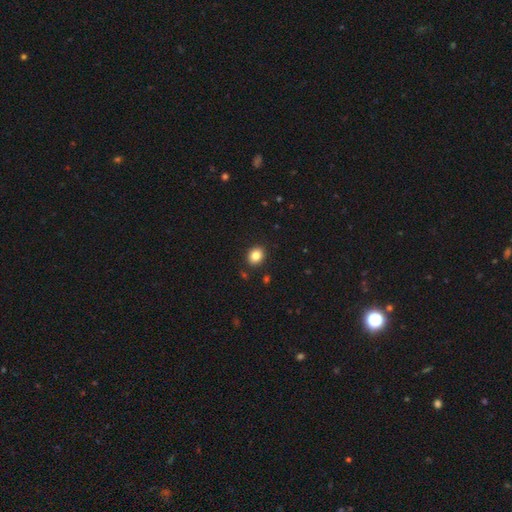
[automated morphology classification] smooth-or-featured: smooth: 84% | star or artifact: 10% | featured or disk: 6%
  how-rounded: round: 65% | in between: 34% | cigar-shaped: 1%
  merging: none: 91% | minor disturbance: 6% | major disturbance: 2% | merger: 2%